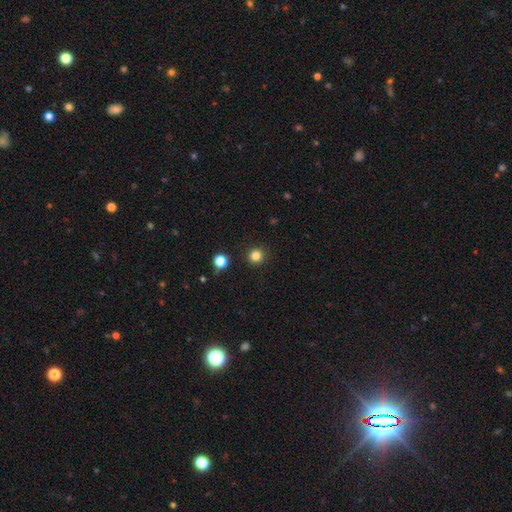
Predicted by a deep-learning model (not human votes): Smooth or featured: smooth — 83% (star or artifact — 13%)
How rounded: round — 94% (in between — 5%)
Merging: none — 92% (minor disturbance — 5%)